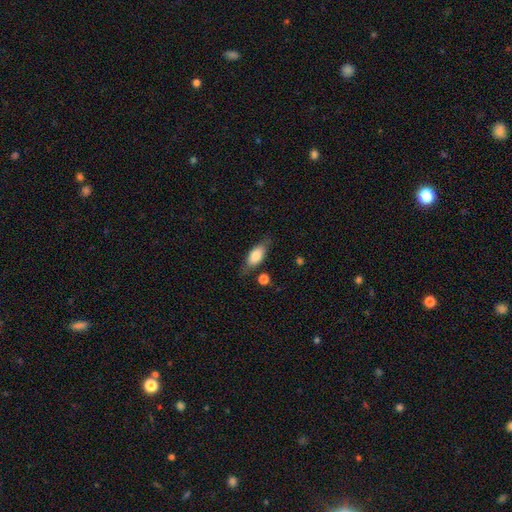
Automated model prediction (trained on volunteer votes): A smooth galaxy with no disk features (74%) that is in between round and cigar-shaped (81%). Merging: none (70%).